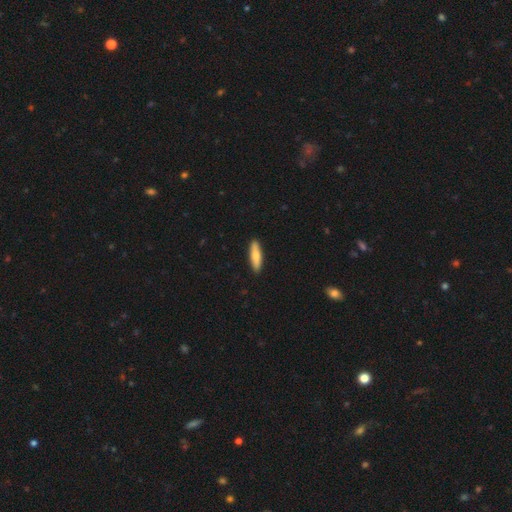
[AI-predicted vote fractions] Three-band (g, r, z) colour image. It shows a smooth galaxy with no disk features (69%) that is cigar-shaped (70%). Merging: none (91%).